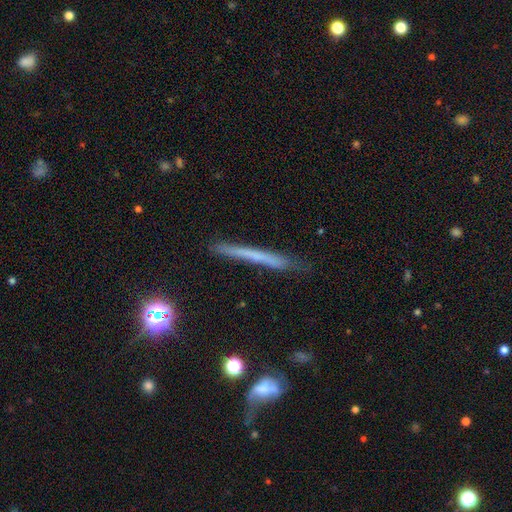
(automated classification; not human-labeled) The model was most divided on "smooth or featured": smooth: 49%, featured or disk: 42%, star or artifact: 9%. More confident: merging — none (83%).